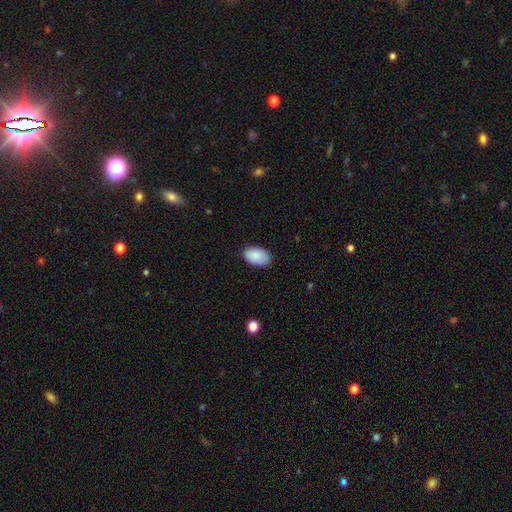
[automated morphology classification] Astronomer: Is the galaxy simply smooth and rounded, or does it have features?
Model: smooth — 89%.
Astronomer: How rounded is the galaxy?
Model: in between — 93%.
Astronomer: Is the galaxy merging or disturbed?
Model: none — 84%.